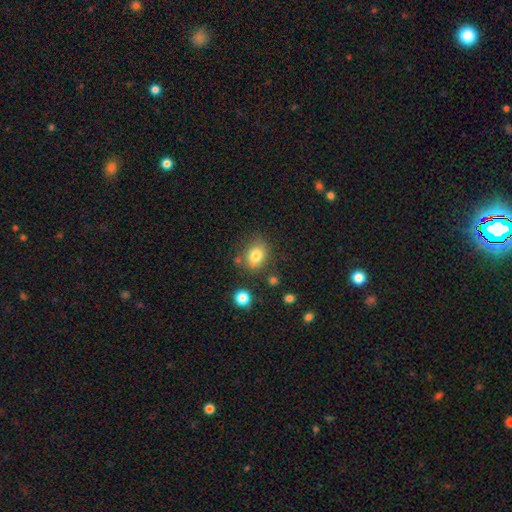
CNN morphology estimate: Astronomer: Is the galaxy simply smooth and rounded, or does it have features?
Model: smooth — 80%.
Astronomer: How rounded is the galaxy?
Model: in between — 58% (runner-up: round, 41%).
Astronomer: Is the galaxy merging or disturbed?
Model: none — 74%.